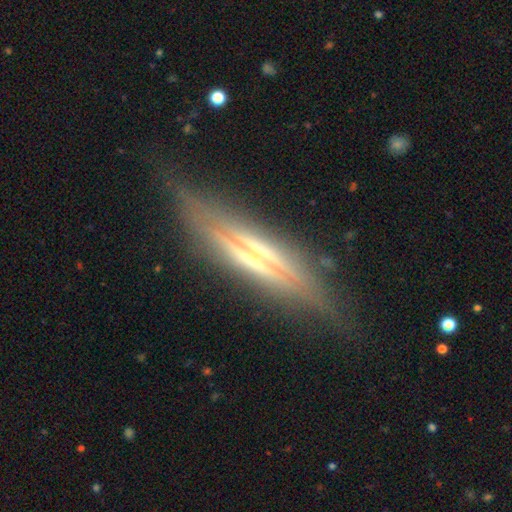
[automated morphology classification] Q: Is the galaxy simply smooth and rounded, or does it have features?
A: featured or disk — 79%.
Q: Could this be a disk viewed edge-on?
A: yes — 95%.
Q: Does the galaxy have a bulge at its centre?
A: rounded — 65%.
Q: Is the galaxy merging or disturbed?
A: none — 78%.